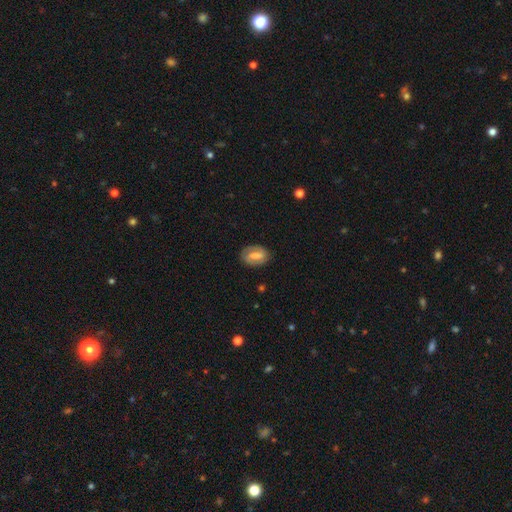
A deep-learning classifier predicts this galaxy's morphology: smooth 50%, featured or disk 42%, star or artifact 8%. Down the decision tree: how rounded — in between (81%); merging — none (80%).